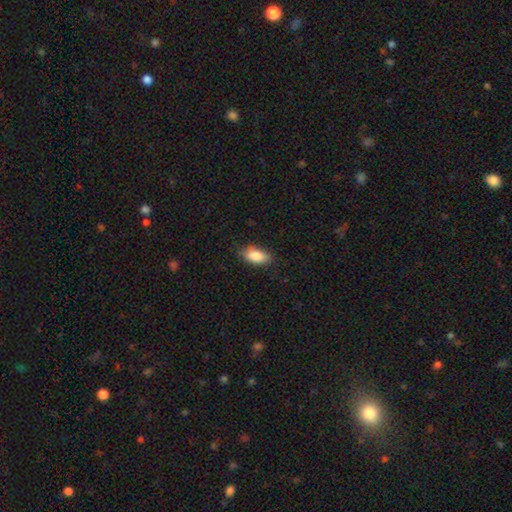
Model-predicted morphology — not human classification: smooth_or_featured: smooth (p=0.87) [alt: star or artifact p=0.07]
how_rounded: in between (p=0.91) [alt: cigar-shaped p=0.05]
merging: none (p=0.80) [alt: minor disturbance p=0.16]